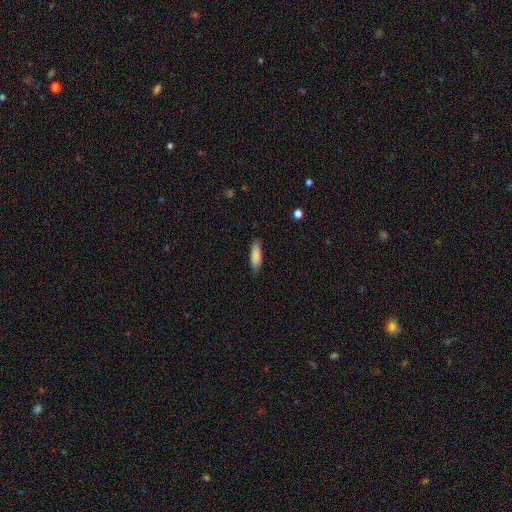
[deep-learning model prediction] Q: Smooth or featured?
A: smooth (87%); runner-up: featured or disk (7%)
Q: How rounded?
A: in between (55%); runner-up: cigar-shaped (43%)
Q: Merging?
A: none (83%); runner-up: minor disturbance (13%)